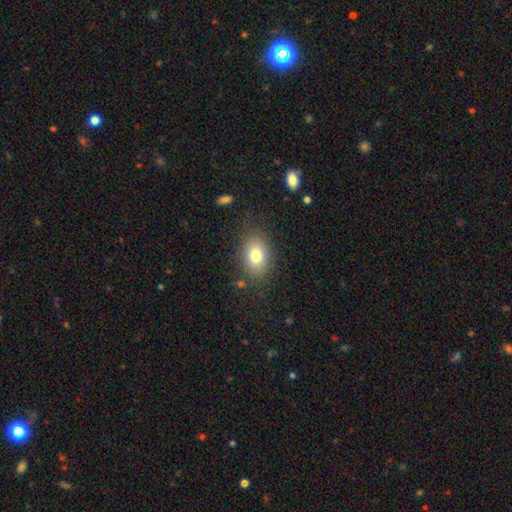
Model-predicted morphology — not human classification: This appears to be a smooth galaxy with no disk features (78%) that is in between round and cigar-shaped (74%). Merging: none (80%).